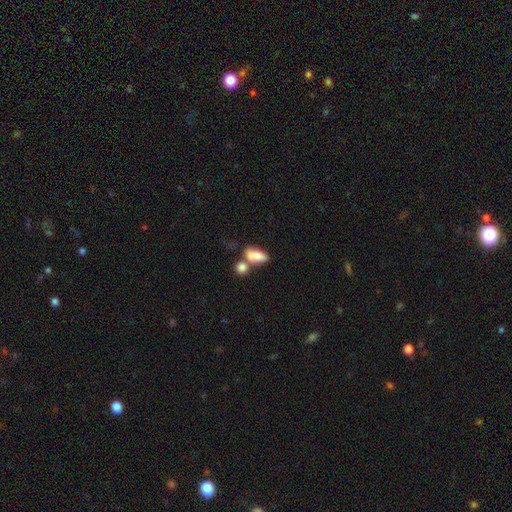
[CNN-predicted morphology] A smooth galaxy with no disk features (75%) that is in between round and cigar-shaped (83%).

Vote fractions:
- Smooth or featured? smooth: 75% / featured or disk: 18% / star or artifact: 8%
- How rounded? in between: 83% / cigar-shaped: 9% / round: 8%
- Merging? merger: 47% / none: 34% / minor disturbance: 13% / major disturbance: 7%